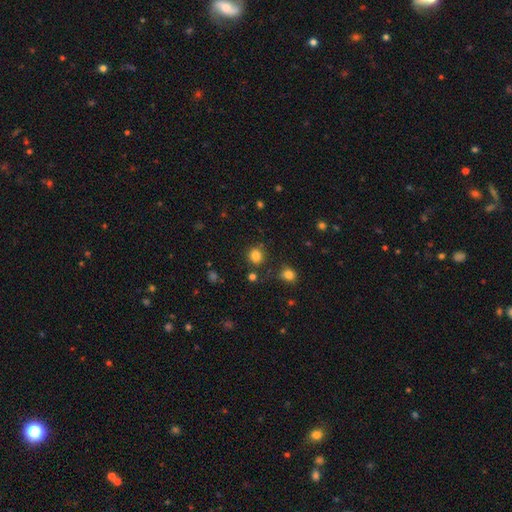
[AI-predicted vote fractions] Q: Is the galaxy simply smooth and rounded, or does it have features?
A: smooth — 82%.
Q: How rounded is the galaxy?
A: round — 84%.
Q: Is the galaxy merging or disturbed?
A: none — 83%.